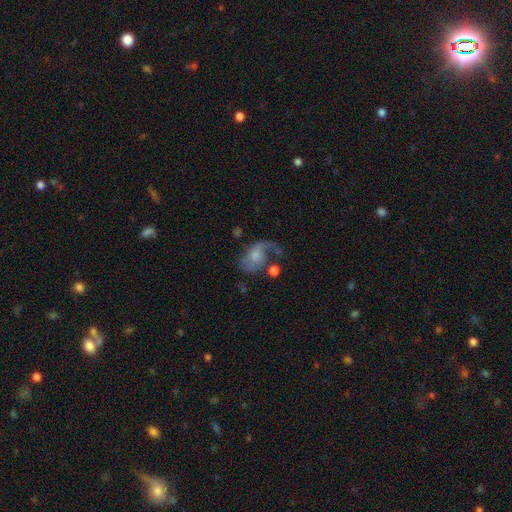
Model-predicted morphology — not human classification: Smooth or featured? Predicted: featured or disk (p=0.70). Edge-on disk? Predicted: no (p=0.97). Bar? Predicted: no (p=0.68). Spiral arms? Predicted: yes (p=0.86). Spiral winding? Predicted: loose (p=0.66). Spiral arm count? Predicted: 1 (p=0.50). Bulge size? Predicted: moderate (p=0.41). Merging? Predicted: major disturbance (p=0.38).